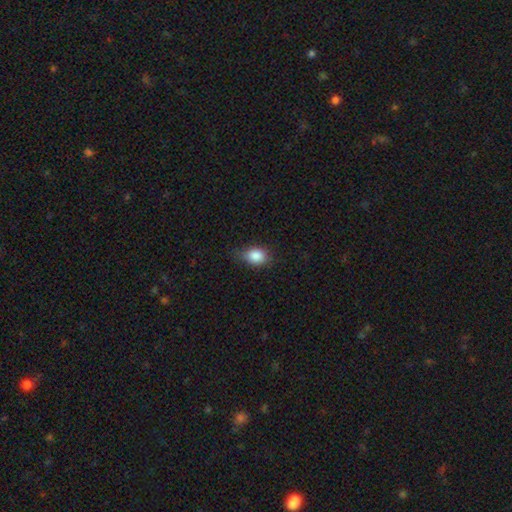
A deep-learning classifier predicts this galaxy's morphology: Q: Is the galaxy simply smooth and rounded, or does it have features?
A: smooth — 86%.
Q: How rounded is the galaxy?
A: in between — 69%.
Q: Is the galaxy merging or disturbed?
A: none — 65%.